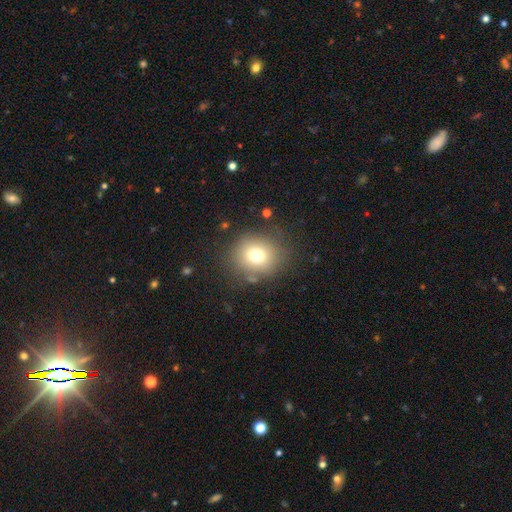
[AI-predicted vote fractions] Smooth or featured?
  - smooth: 73% *
  - star or artifact: 15%
  - featured or disk: 12%
How rounded?
  - round: 78% *
  - in between: 21%
  - cigar-shaped: 1%
Merging?
  - none: 84% *
  - minor disturbance: 10%
  - major disturbance: 4%
  - merger: 2%